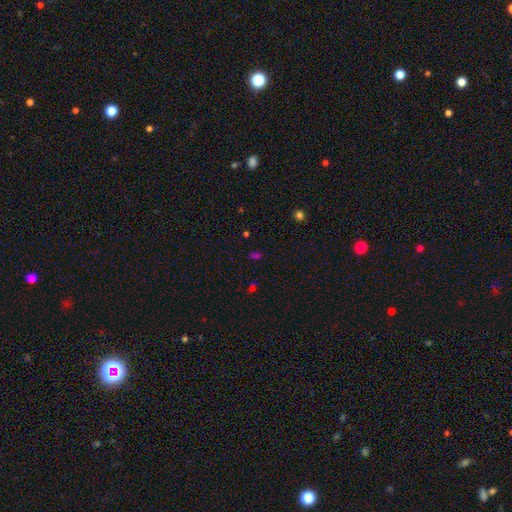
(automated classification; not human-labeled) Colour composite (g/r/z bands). It shows a smooth galaxy with no disk features (47%). Merging: none (75%).